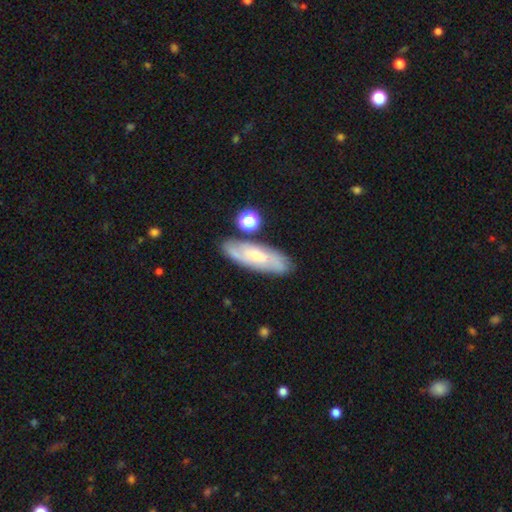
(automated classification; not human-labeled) Smooth or featured: featured or disk — 56% (smooth — 37%)
Edge-on disk: no — 79% (yes — 21%)
Merging: none — 75% (minor disturbance — 15%)